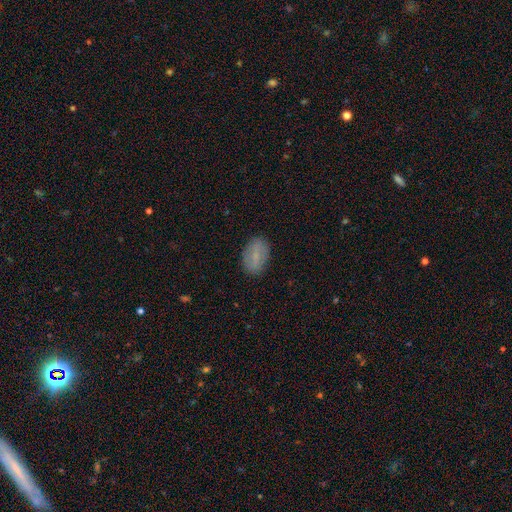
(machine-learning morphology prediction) Q: Smooth or featured?
A: smooth (67%); runner-up: featured or disk (25%)
Q: How rounded?
A: in between (88%); runner-up: round (10%)
Q: Merging?
A: none (86%); runner-up: minor disturbance (11%)